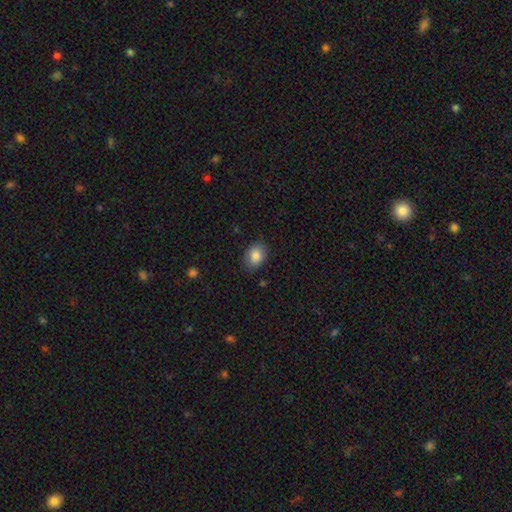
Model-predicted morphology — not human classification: Overall: smooth (86%). How rounded: in between (73%). Merging: none (80%).